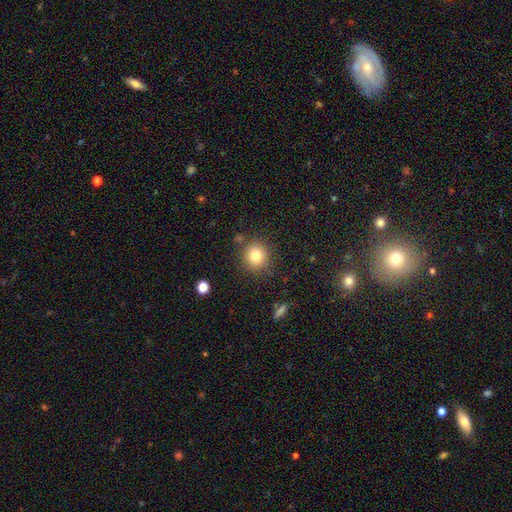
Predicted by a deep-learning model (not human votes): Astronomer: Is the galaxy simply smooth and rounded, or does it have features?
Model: smooth — 81%.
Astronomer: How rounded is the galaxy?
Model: round — 89%.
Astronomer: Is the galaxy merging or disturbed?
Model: none — 84%.